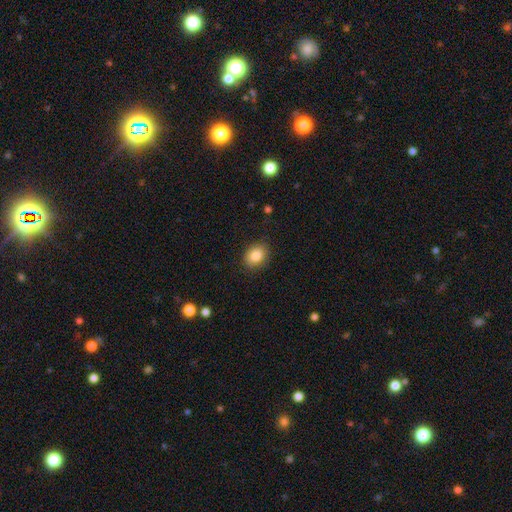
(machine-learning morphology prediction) This is clearly a smooth galaxy (86%). How rounded: possibly in between (55%). Merging: clearly none (85%).